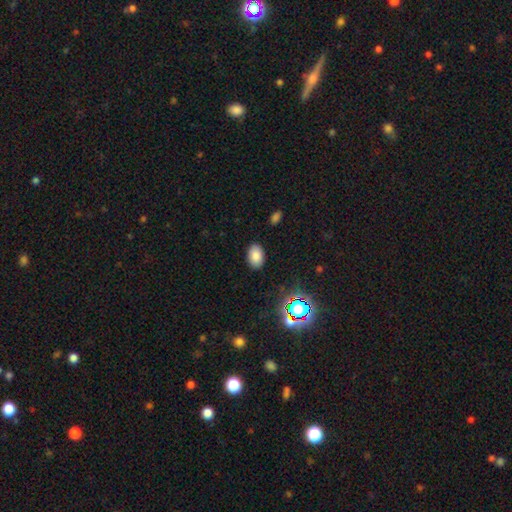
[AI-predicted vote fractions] Smooth or featured? Predicted: smooth (p=0.82). How rounded? Predicted: in between (p=0.88). Merging? Predicted: none (p=0.88).